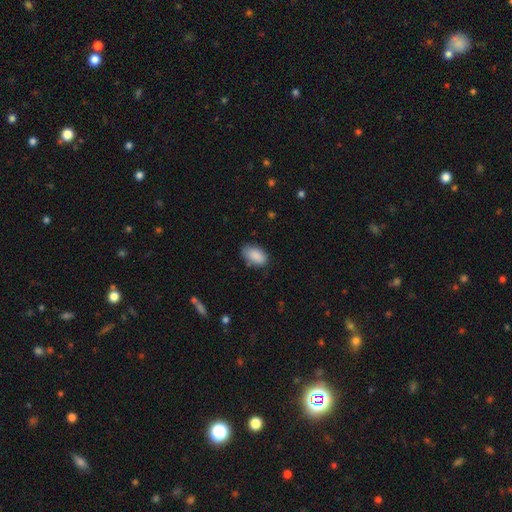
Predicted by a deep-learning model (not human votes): This appears to be a smooth galaxy with no disk features (89%) that is in between round and cigar-shaped (93%). Merging: none (77%).